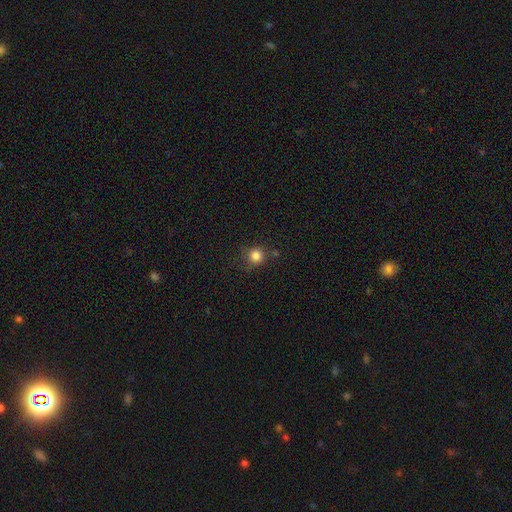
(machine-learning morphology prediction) Q: Smooth or featured?
A: smooth (82%); runner-up: star or artifact (13%)
Q: How rounded?
A: round (91%); runner-up: in between (8%)
Q: Merging?
A: none (78%); runner-up: minor disturbance (14%)